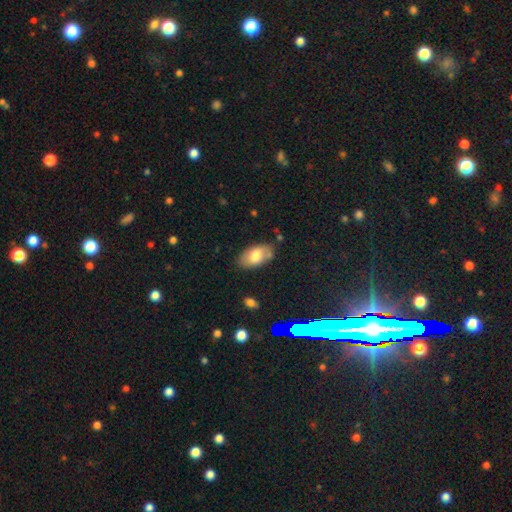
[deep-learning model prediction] Smooth or featured: smooth — 72% (featured or disk — 20%)
How rounded: in between — 94% (round — 4%)
Merging: none — 75% (minor disturbance — 17%)